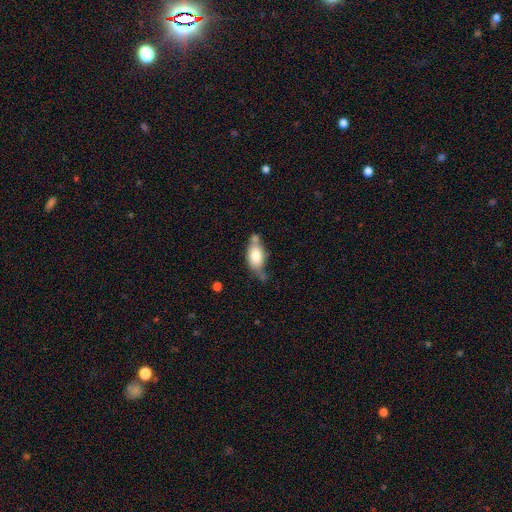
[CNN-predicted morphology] This appears to be a smooth galaxy with no disk features (70%) that is in between round and cigar-shaped (86%). Merging: none (38%).